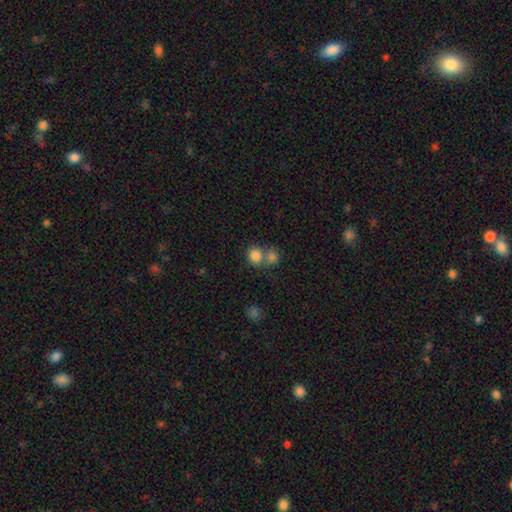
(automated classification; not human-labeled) A smooth galaxy with no disk features (83%) that is round (78%).

Vote fractions:
- Smooth or featured? smooth: 83% / star or artifact: 10% / featured or disk: 7%
- How rounded? round: 78% / in between: 21% / cigar-shaped: 1%
- Merging? merger: 47% / none: 42% / minor disturbance: 7% / major disturbance: 3%